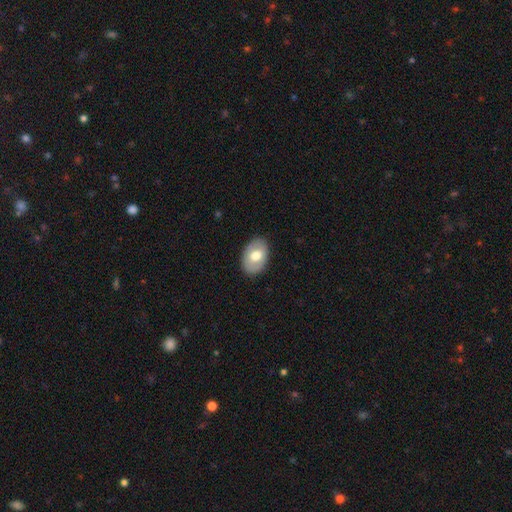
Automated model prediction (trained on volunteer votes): The model was most divided on "smooth or featured": smooth: 67%, featured or disk: 27%, star or artifact: 6%. More confident: merging — none (86%); how rounded — in between (85%).